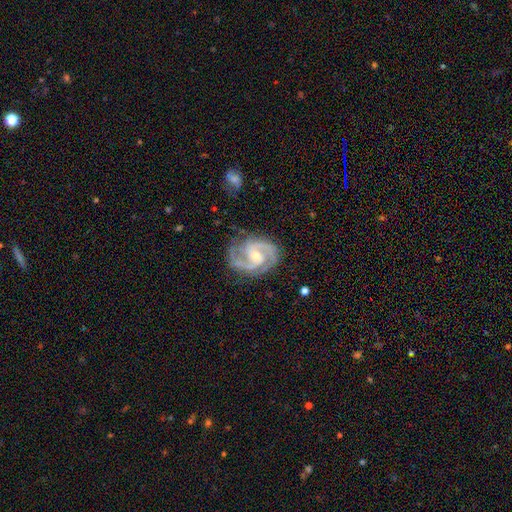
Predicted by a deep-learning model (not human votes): Overall: featured or disk (93%). Edge-on disk: no (98%). Bar: no (49%; weak 40%). Spiral arms: yes (99%). Spiral arm count: 2 (82%). Spiral winding: medium (53%; tight 40%). Bulge size: small (53%; moderate 44%). Merging: none (76%).